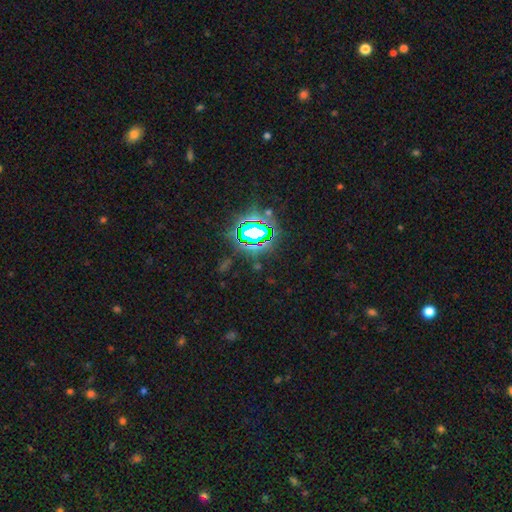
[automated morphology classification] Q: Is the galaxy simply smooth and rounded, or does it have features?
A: star or artifact — 82%.